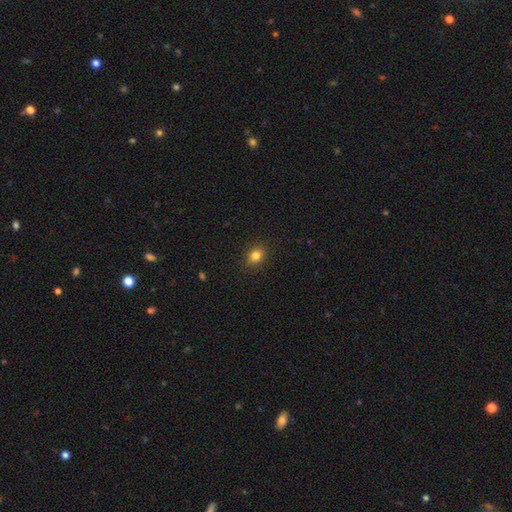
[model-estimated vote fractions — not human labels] Smooth or featured? smooth (82%)
How rounded? round (54%)
Merging? none (90%)